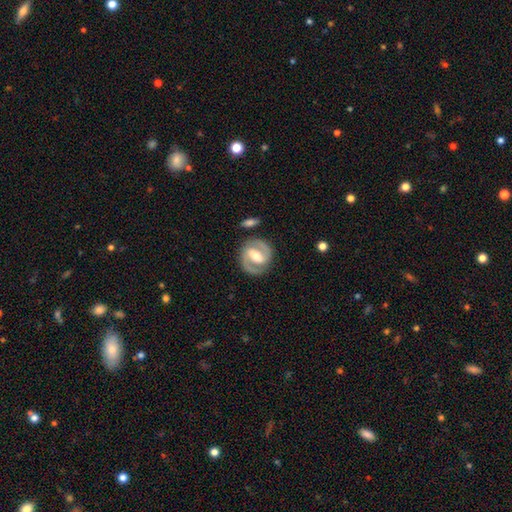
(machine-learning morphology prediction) type=featured or disk (87%); edge-on=no (97%); bar=strong (55%); spiral arms=yes (94%); winding=medium (49%); arm count=2 (92%); bulge=moderate (67%); merging=none (85%).